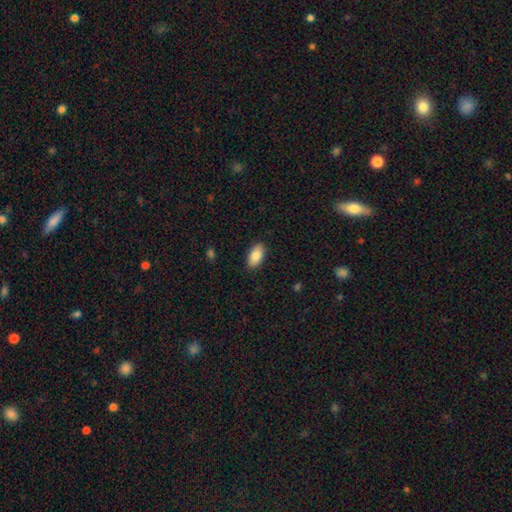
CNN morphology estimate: This is clearly a smooth galaxy (86%). How rounded: clearly in between (93%). Merging: clearly none (88%).